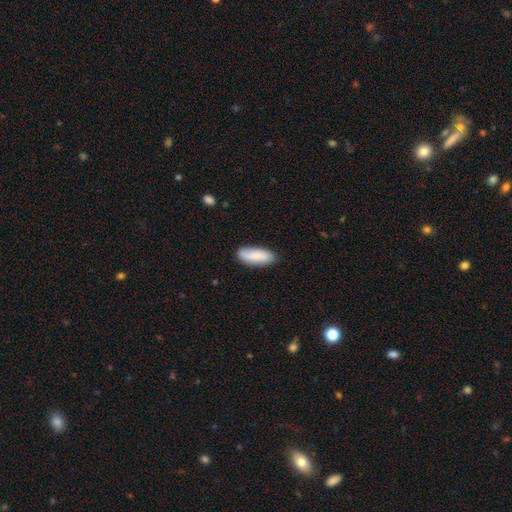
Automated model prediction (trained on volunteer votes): Overall: smooth (81%). How rounded: in between (70%). Merging: none (84%).